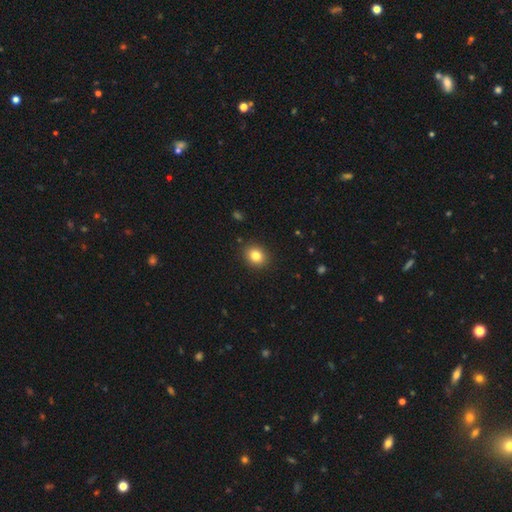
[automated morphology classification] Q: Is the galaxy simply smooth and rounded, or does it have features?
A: smooth — 82%.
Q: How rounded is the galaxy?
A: round — 65%.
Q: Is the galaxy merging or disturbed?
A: none — 90%.